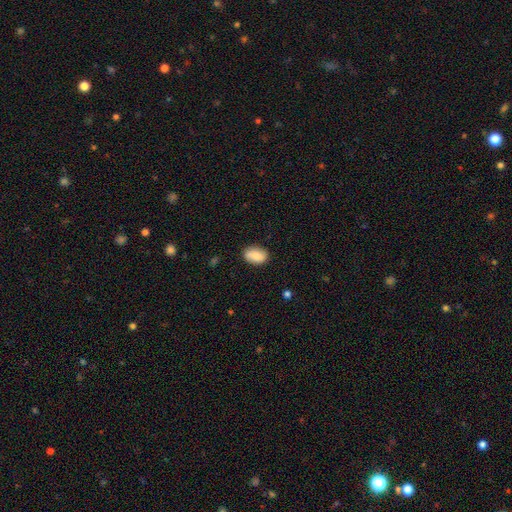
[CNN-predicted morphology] Overall: smooth (87%). How rounded: in between (91%). Merging: none (81%).